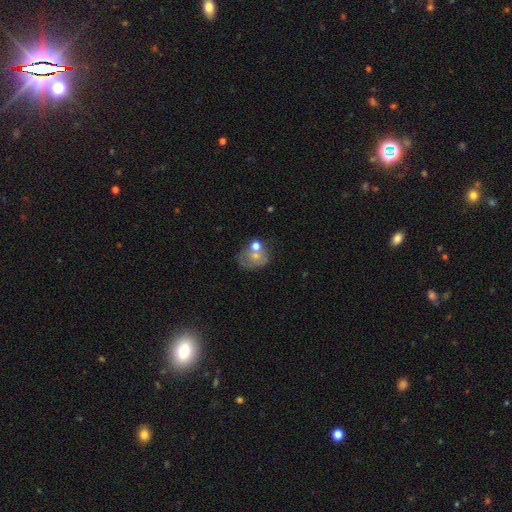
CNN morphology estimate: Smooth or featured?
  - smooth: 40% * (tied)
  - featured or disk: 40% * (tied)
  - star or artifact: 20%
Merging?
  - none: 47% *
  - merger: 20%
  - minor disturbance: 19%
  - major disturbance: 14%